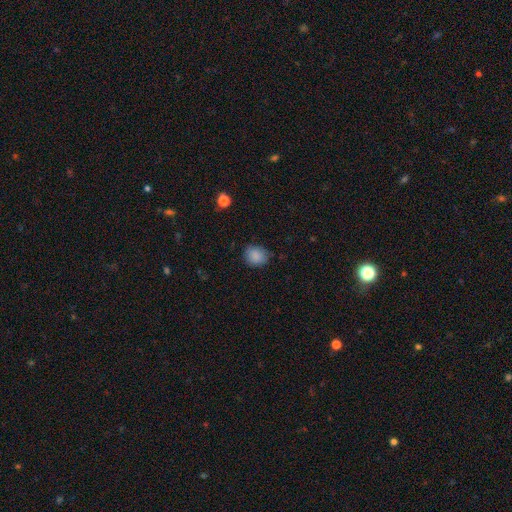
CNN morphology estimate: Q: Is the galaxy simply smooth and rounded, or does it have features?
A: smooth — 87%.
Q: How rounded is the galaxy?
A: round — 69%.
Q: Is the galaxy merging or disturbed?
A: none — 77%.